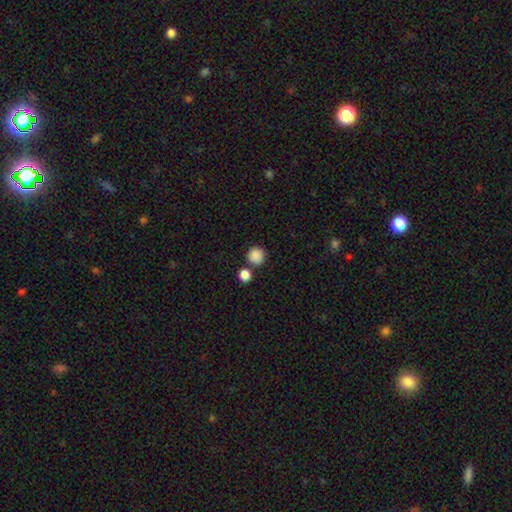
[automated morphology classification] This appears to be a smooth galaxy with no disk features (87%) that is round (92%). Merging: none (75%).